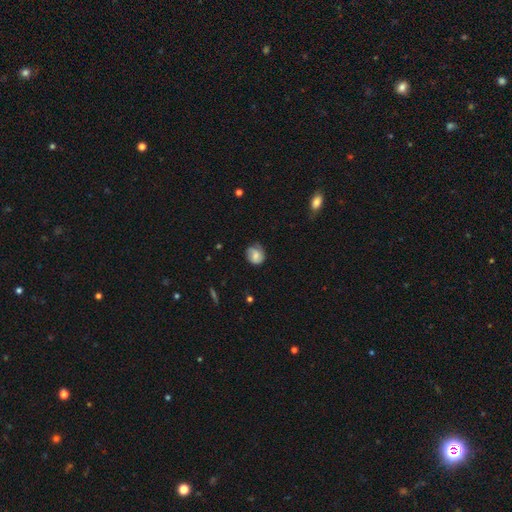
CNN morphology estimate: This is possibly a smooth galaxy (59%). How rounded: likely round (76%). Merging: likely none (64%).